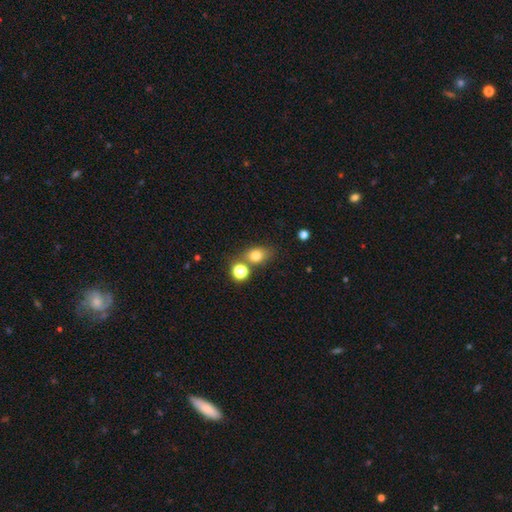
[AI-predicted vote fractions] smooth 77%, star or artifact 14%, featured or disk 9%. Down the decision tree: how rounded — in between (57%); merging — none (64%).